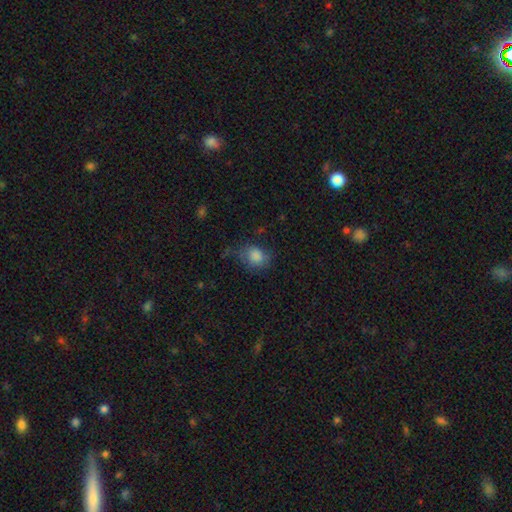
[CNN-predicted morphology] This is likely a smooth galaxy (78%). How rounded: possibly round (54%). Merging: possibly none (50%).